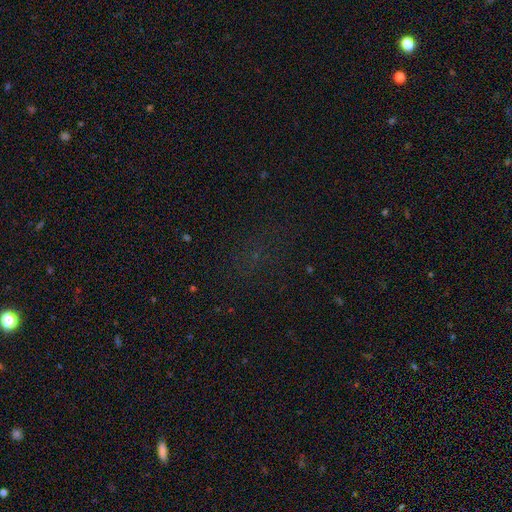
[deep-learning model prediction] Smooth or featured? Predicted: star or artifact (p=0.63).